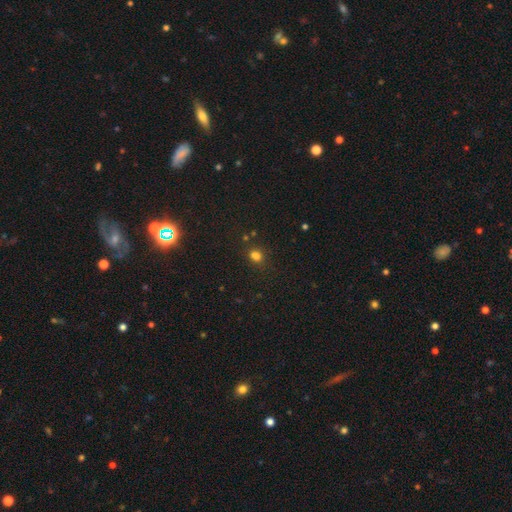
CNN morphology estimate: smooth-or-featured: smooth: 75% | star or artifact: 19% | featured or disk: 5%
  how-rounded: round: 53% | in between: 45% | cigar-shaped: 1%
  merging: none: 73% | minor disturbance: 14% | merger: 8% | major disturbance: 5%